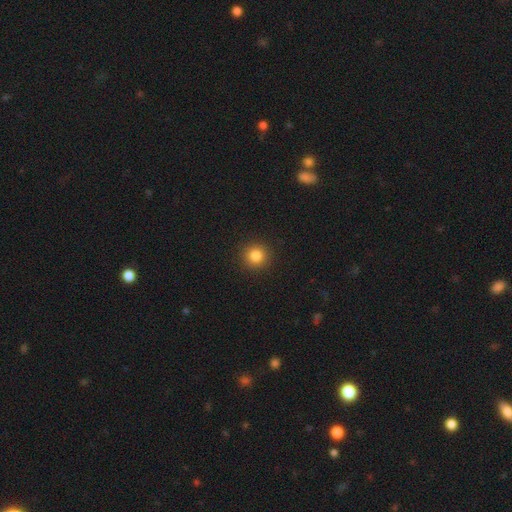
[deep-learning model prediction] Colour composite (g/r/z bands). It shows a smooth galaxy with no disk features (84%) that is round (94%). Merging: none (92%).